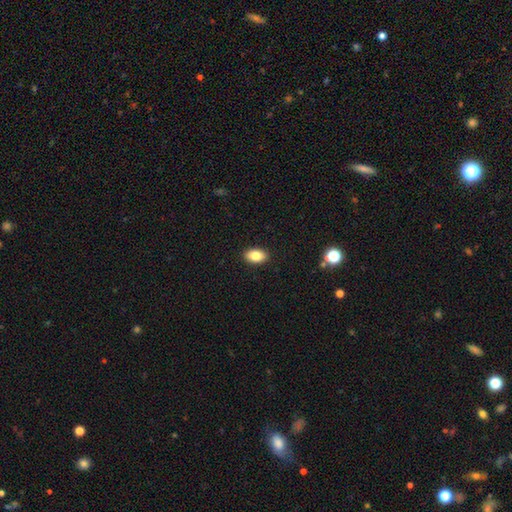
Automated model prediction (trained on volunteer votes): Q: Smooth or featured?
A: smooth (84%); runner-up: star or artifact (8%)
Q: How rounded?
A: in between (91%); runner-up: round (8%)
Q: Merging?
A: none (90%); runner-up: minor disturbance (7%)